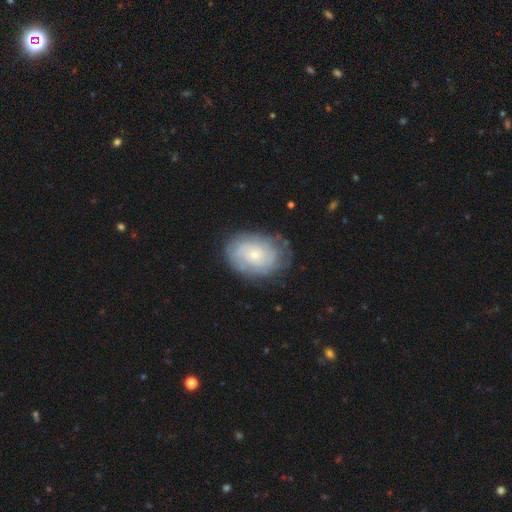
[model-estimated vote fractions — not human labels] Smooth or featured?
  - featured or disk: 62% *
  - smooth: 32%
  - star or artifact: 7%
Edge-on disk?
  - no: 97% *
  - yes: 3%
Bar?
  - no: 81% *
  - weak: 17%
  - strong: 2%
Spiral arms?
  - yes: 79% *
  - no: 21%
Bulge size?
  - small: 65% *
  - moderate: 29%
  - large: 3%
  - none: 2%
  - dominant: 1%
Merging?
  - none: 71% *
  - minor disturbance: 20%
  - major disturbance: 8%
  - merger: 1%